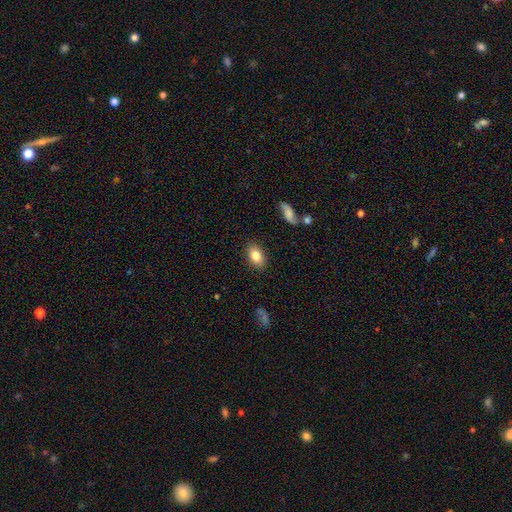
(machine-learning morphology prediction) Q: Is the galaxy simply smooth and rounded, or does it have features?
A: smooth — 81%.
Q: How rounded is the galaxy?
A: in between — 86%.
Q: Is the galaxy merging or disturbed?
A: none — 86%.